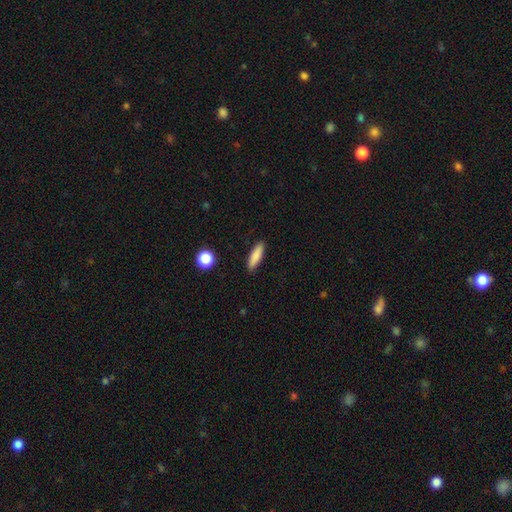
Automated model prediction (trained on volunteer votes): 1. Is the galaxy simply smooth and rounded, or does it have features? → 84% smooth, 9% featured or disk, 7% star or artifact.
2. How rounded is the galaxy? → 65% cigar-shaped, 33% in between, 2% round.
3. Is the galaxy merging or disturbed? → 89% none, 8% minor disturbance, 2% major disturbance, 1% merger.